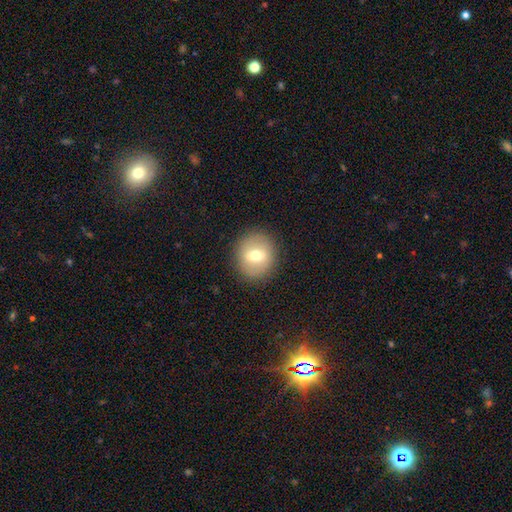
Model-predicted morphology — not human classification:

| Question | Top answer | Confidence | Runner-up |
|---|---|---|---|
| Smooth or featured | smooth | 61% | featured or disk (29%) |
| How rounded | round | 84% | in between (15%) |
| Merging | none | 88% | minor disturbance (8%) |